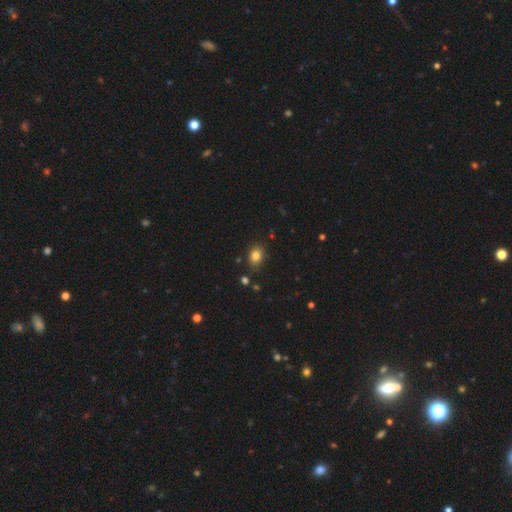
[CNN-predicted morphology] A smooth galaxy with no disk features (82%) that is in between round and cigar-shaped (69%). Merging: none (83%).